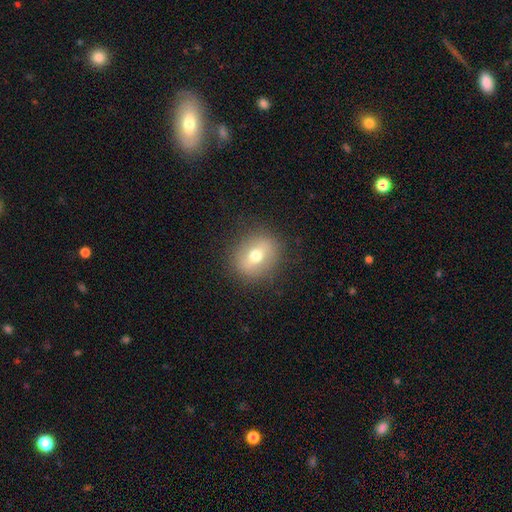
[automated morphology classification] The model was most divided on "smooth or featured": smooth: 59%, featured or disk: 31%, star or artifact: 10%. More confident: merging — none (86%); how rounded — round (69%).